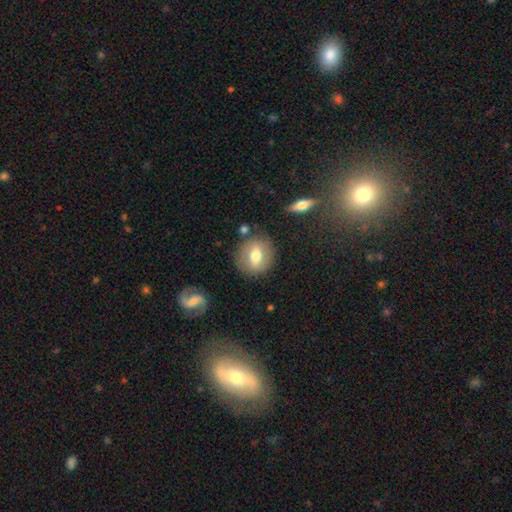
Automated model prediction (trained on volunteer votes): Smooth or featured? Predicted: smooth (p=0.58). How rounded? Predicted: round (p=0.68). Merging? Predicted: none (p=0.82).